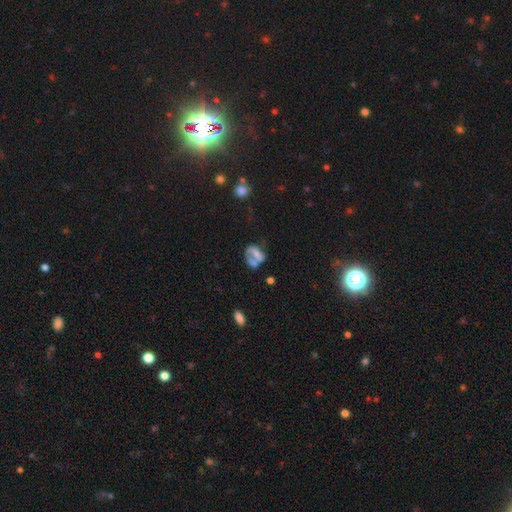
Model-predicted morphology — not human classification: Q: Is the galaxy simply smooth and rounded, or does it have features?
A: featured or disk — 44%.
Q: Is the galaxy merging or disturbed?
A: merger — 30%.